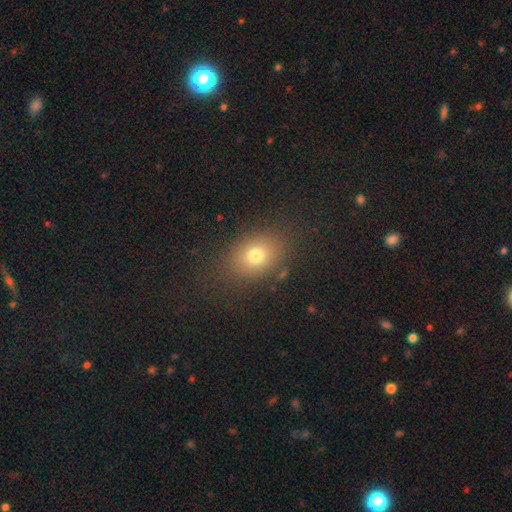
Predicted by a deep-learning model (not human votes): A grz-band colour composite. It shows a smooth galaxy with no disk features (74%) that is in between round and cigar-shaped (61%). Merging: none (79%).